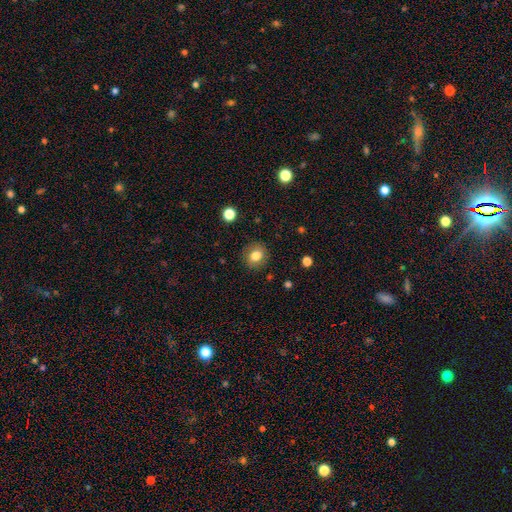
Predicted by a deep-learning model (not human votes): Smooth or featured? Predicted: smooth (p=0.80). How rounded? Predicted: round (p=0.77). Merging? Predicted: none (p=0.87).